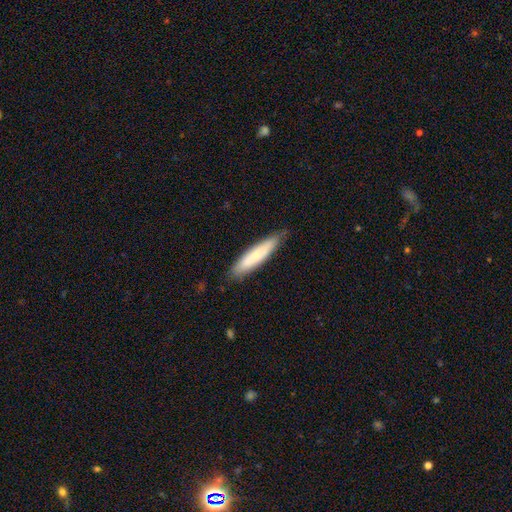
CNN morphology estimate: Smooth or featured?
  - smooth: 66% *
  - featured or disk: 28%
  - star or artifact: 5%
How rounded?
  - cigar-shaped: 83% *
  - in between: 16%
  - round: 1%
Merging?
  - none: 82% *
  - minor disturbance: 14%
  - major disturbance: 2%
  - merger: 1%